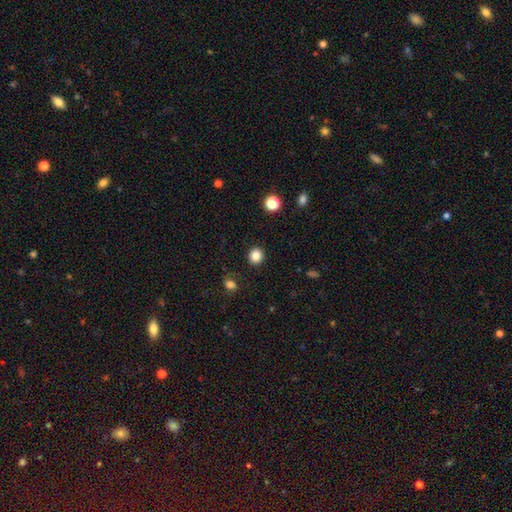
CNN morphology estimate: type=smooth (84%); roundness=round (84%); merging=none (90%).